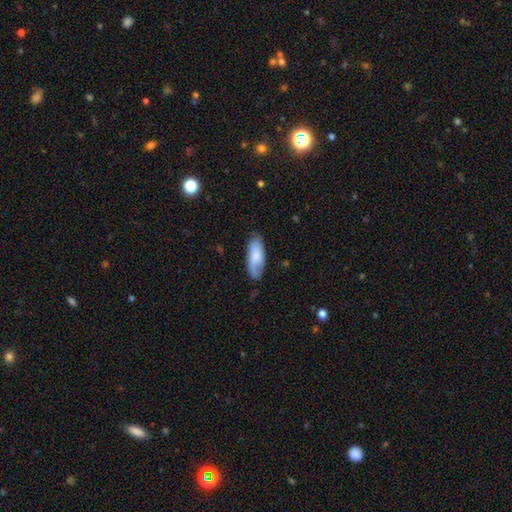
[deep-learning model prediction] Smooth or featured? smooth (67%)
How rounded? in between (77%)
Merging? none (69%)